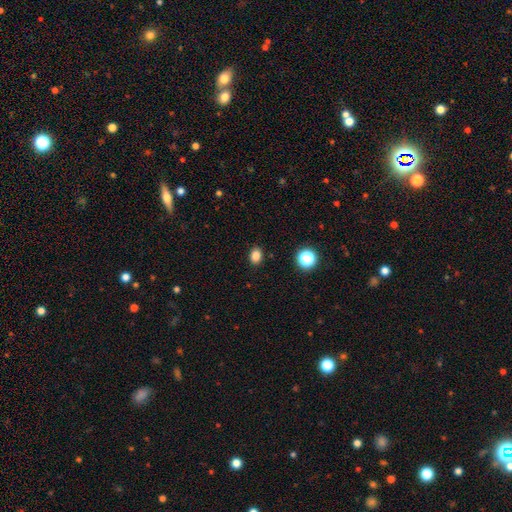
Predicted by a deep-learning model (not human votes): Q: Smooth or featured?
A: smooth (84%); runner-up: star or artifact (12%)
Q: How rounded?
A: in between (63%); runner-up: round (36%)
Q: Merging?
A: none (89%); runner-up: minor disturbance (7%)